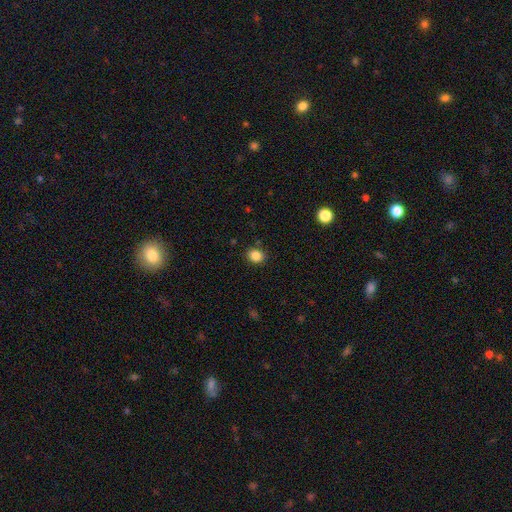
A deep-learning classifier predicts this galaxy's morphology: Smooth or featured? smooth (85%)
How rounded? round (72%)
Merging? none (88%)